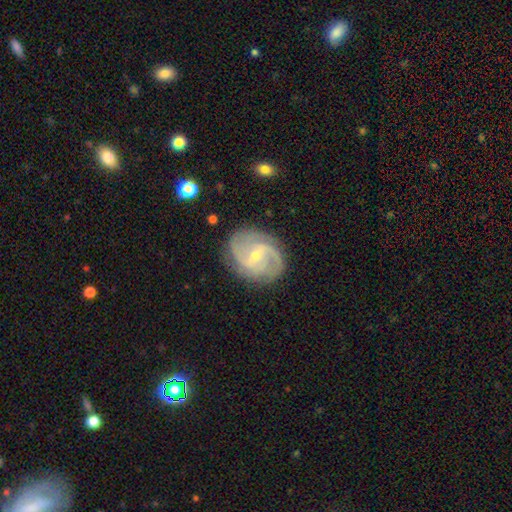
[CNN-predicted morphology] smooth-or-featured: featured or disk: 89% | smooth: 6% | star or artifact: 5%
  disk-edge-on: no: 98% | yes: 2%
    bar: weak: 53% | no: 28% | strong: 19%
    has-spiral-arms: yes: 97% | no: 3%
      spiral-winding: medium: 50% | tight: 32% | loose: 17%
      spiral-arm-count: 2: 48% | 3: 26% | can't tell: 11% | 4: 6% | 1: 4% | more than 4: 4%
    bulge-size: small: 68% | moderate: 29% | none: 1% | large: 1% | dominant: 1%
  merging: none: 80% | minor disturbance: 14% | major disturbance: 4% | merger: 1%